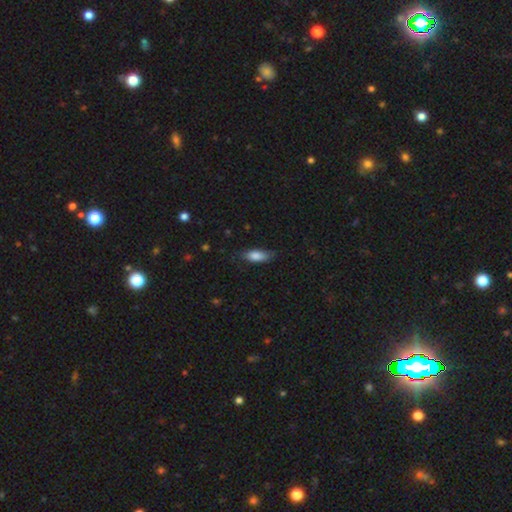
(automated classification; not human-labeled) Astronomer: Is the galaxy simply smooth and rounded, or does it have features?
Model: smooth — 81%.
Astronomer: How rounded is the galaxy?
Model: in between — 72%.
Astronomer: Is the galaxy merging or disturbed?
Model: none — 73%.